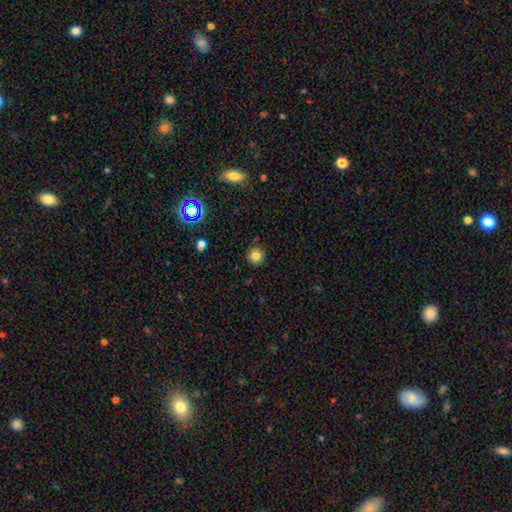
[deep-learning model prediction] smooth-or-featured: smooth: 80% | star or artifact: 13% | featured or disk: 7%
  how-rounded: round: 94% | in between: 5% | cigar-shaped: 1%
  merging: none: 89% | minor disturbance: 7% | major disturbance: 2% | merger: 2%